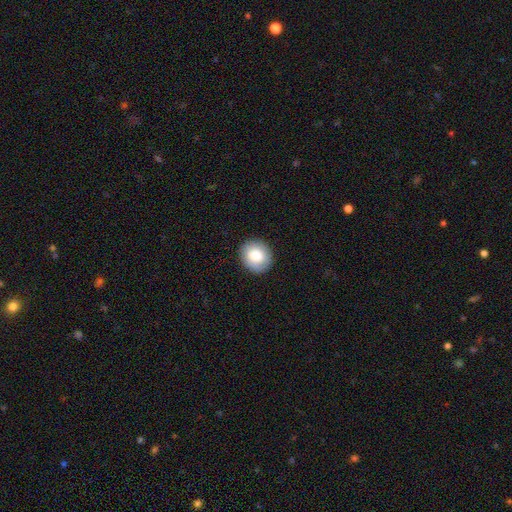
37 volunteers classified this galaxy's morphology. This is clearly a smooth galaxy (86%). How rounded: clearly round (94%). Merging: clearly none (89%).